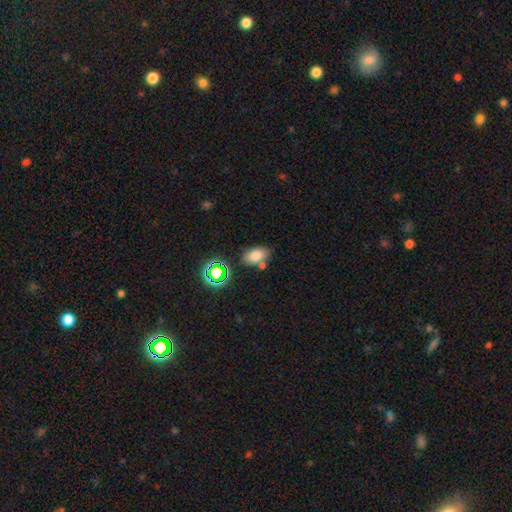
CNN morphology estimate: Smooth or featured: smooth — 76% (star or artifact — 16%)
How rounded: in between — 86% (round — 11%)
Merging: none — 70% (minor disturbance — 13%)